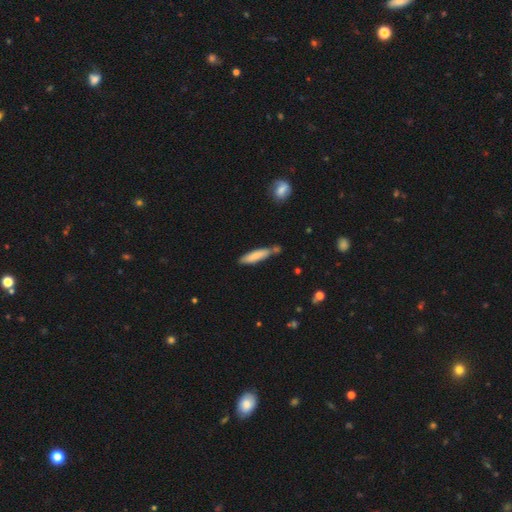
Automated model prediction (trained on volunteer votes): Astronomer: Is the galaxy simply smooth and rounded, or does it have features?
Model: smooth — 78%.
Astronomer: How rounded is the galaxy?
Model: cigar-shaped — 76%.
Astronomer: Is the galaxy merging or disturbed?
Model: none — 67%.